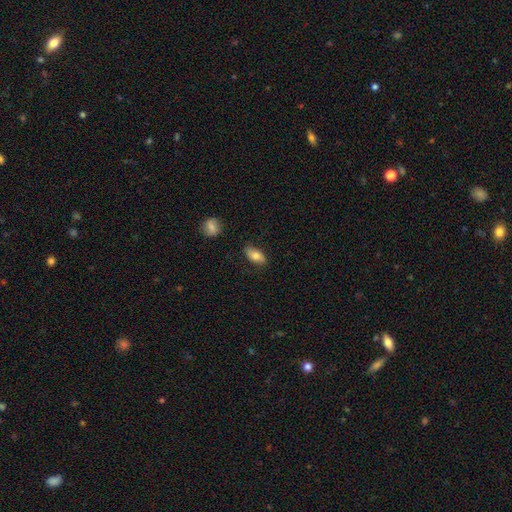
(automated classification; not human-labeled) Overall: smooth (76%). How rounded: in between (91%). Merging: none (82%).